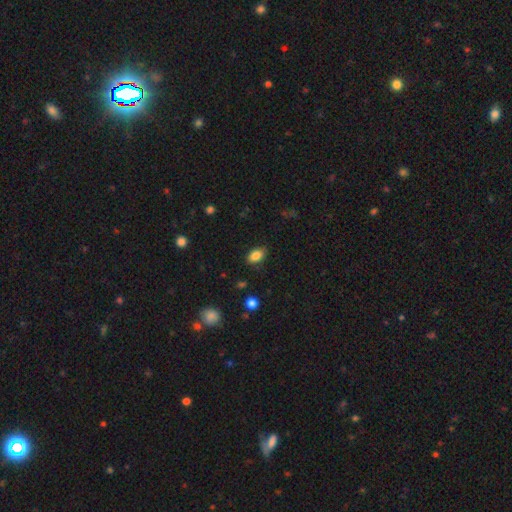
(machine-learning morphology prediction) Smooth or featured?
  - smooth: 85% *
  - star or artifact: 9%
  - featured or disk: 6%
How rounded?
  - in between: 88% *
  - round: 10%
  - cigar-shaped: 2%
Merging?
  - none: 82% *
  - minor disturbance: 14%
  - major disturbance: 3%
  - merger: 1%